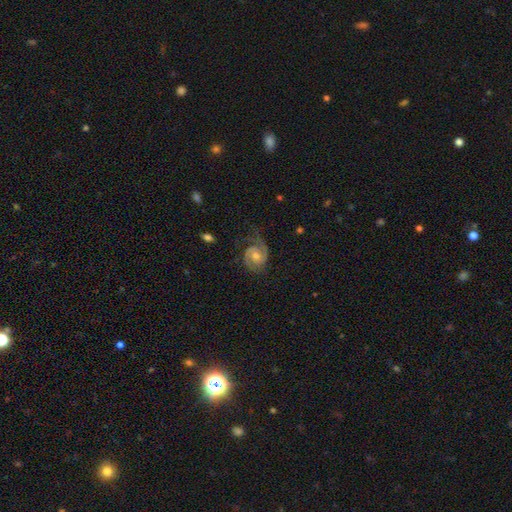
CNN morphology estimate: smooth-or-featured: featured or disk: 87% | smooth: 7% | star or artifact: 6%
  disk-edge-on: no: 98% | yes: 2%
    bar: no: 60% | weak: 33% | strong: 7%
    has-spiral-arms: yes: 97% | no: 3%
      spiral-winding: tight: 46% | medium: 43% | loose: 11%
      spiral-arm-count: 2: 85% | 1: 5% | can't tell: 4% | 3: 3% | 4: 1% | more than 4: 1%
    bulge-size: moderate: 63% | small: 29% | large: 5% | none: 3% | dominant: 1%
  merging: none: 67% | minor disturbance: 20% | major disturbance: 11% | merger: 2%